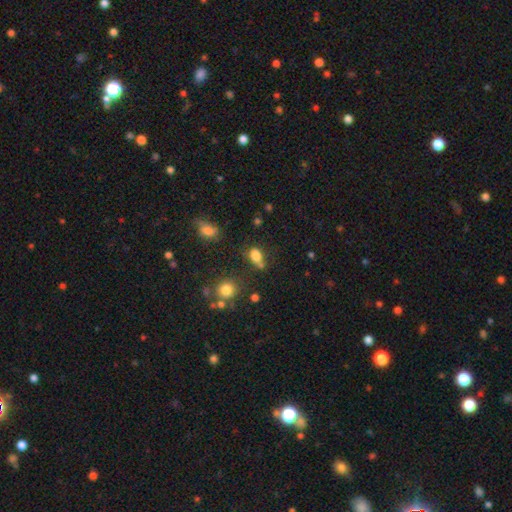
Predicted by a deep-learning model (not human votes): Smooth or featured? Predicted: smooth (p=0.79). How rounded? Predicted: in between (p=0.73). Merging? Predicted: none (p=0.48).